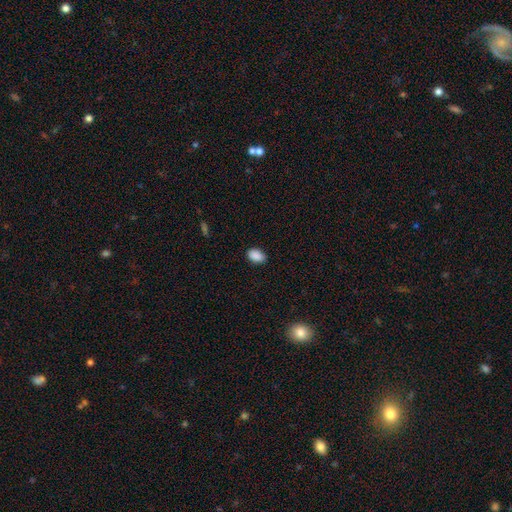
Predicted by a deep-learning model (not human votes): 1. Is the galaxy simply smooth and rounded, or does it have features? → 89% smooth, 8% star or artifact, 3% featured or disk.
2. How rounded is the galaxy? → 87% in between, 12% round, 1% cigar-shaped.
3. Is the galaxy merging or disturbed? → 84% none, 12% minor disturbance, 2% major disturbance, 1% merger.